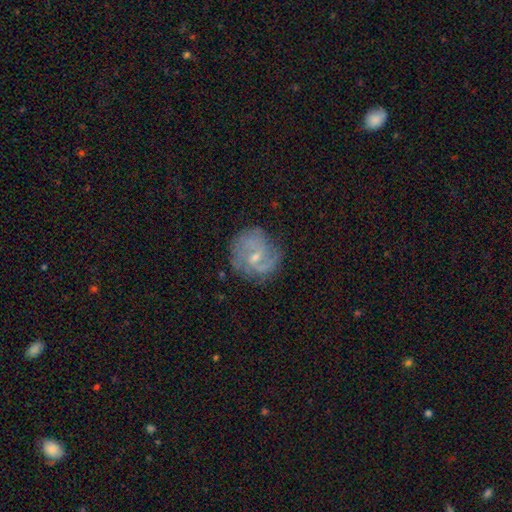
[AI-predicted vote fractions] smooth_or_featured: featured or disk (p=0.77) [alt: smooth p=0.16]
disk_edge_on: no (p=0.98) [alt: yes p=0.02]
bar: weak (p=0.49) [alt: no p=0.41]
has_spiral_arms: yes (p=0.92) [alt: no p=0.08]
spiral_winding: medium (p=0.46) [alt: tight p=0.32]
spiral_arm_count: 2 (p=0.55) [alt: can't tell p=0.19]
bulge_size: small (p=0.65) [alt: moderate p=0.30]
merging: none (p=0.72) [alt: minor disturbance p=0.19]